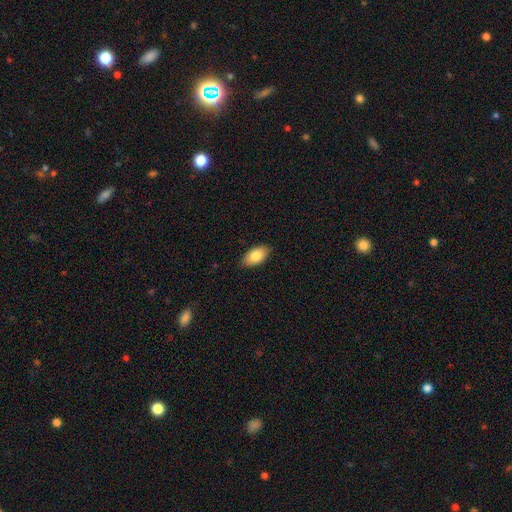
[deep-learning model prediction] Morphology: type=smooth (83%); roundness=in between (94%); merging=none (87%).